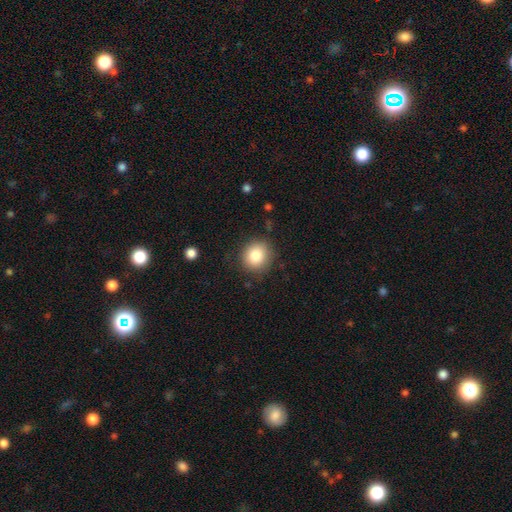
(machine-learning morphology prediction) This appears to be a smooth galaxy with no disk features (84%) that is round (84%). Merging: none (85%).